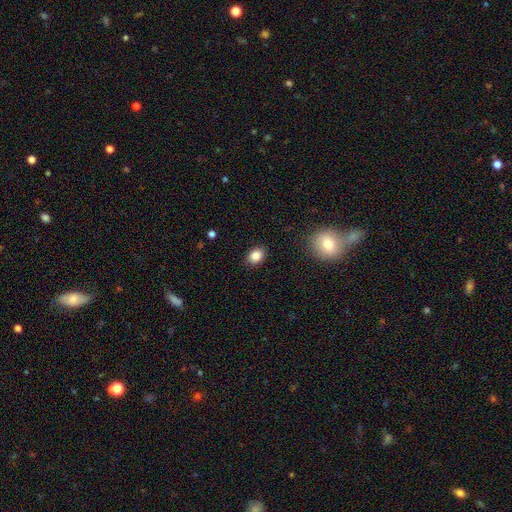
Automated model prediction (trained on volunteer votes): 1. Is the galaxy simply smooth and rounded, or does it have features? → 86% smooth, 10% star or artifact, 4% featured or disk.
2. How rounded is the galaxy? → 56% in between, 43% round, 1% cigar-shaped.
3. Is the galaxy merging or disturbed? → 88% none, 8% minor disturbance, 2% major disturbance, 1% merger.